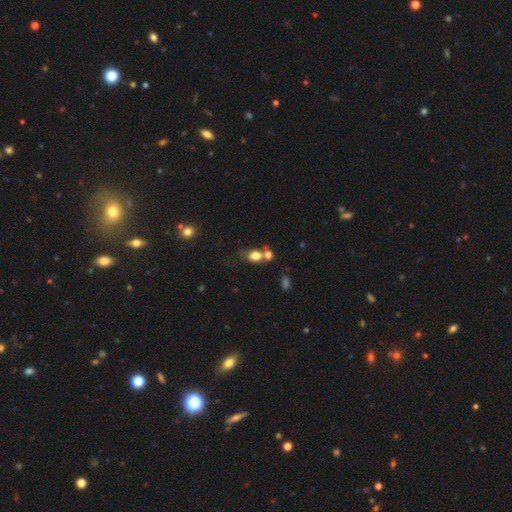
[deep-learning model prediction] The model was most divided on "how rounded": round: 50%, in between: 48%, cigar-shaped: 2%. Remaining: smooth or featured — smooth (77%); merging — none (43%).